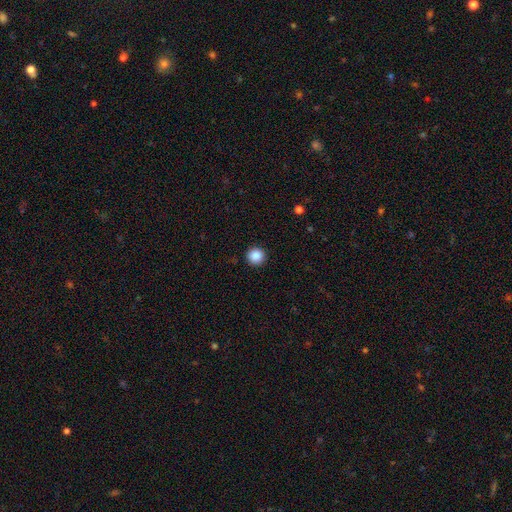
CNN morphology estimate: A smooth galaxy with no disk features (87%) that is round (96%).

Vote fractions:
- Smooth or featured? smooth: 87% / star or artifact: 10% / featured or disk: 3%
- How rounded? round: 96% / in between: 3% / cigar-shaped: 1%
- Merging? none: 93% / minor disturbance: 5% / major disturbance: 2% / merger: 1%